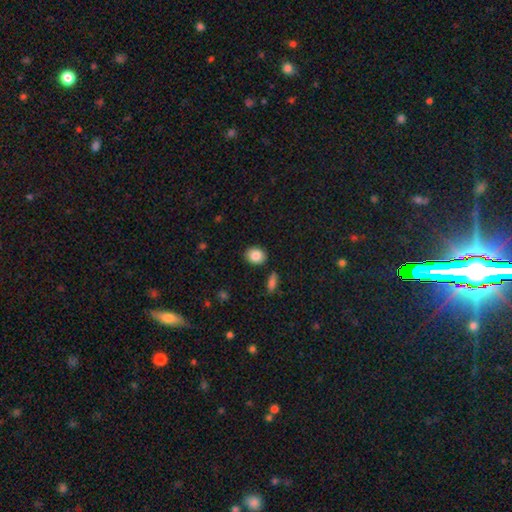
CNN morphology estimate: A smooth galaxy with no disk features (86%) that is in between round and cigar-shaped (50%).

Vote fractions:
- Smooth or featured? smooth: 86% / star or artifact: 8% / featured or disk: 6%
- How rounded? in between: 50% / round: 49% / cigar-shaped: 1%
- Merging? none: 86% / minor disturbance: 9% / merger: 3% / major disturbance: 2%